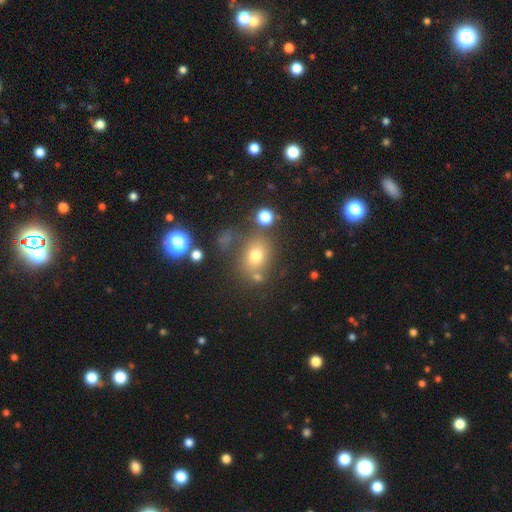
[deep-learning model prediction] Overall: smooth (70%). How rounded: round (54%; in between 45%). Merging: none (68%).